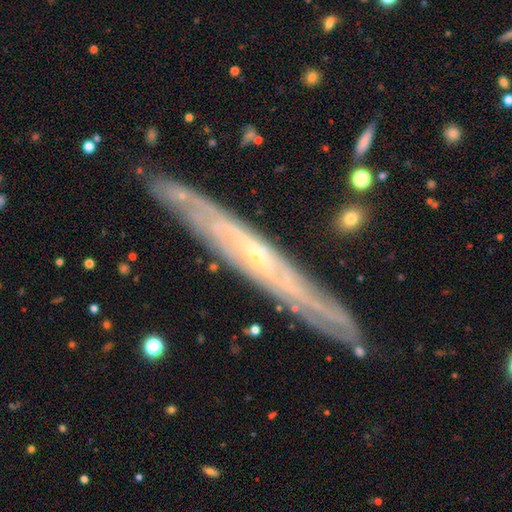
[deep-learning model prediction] A featured or disk galaxy (79%) viewed edge-on (73%) with no central bulge (62%).

Vote fractions:
- Smooth or featured? featured or disk: 79% / smooth: 14% / star or artifact: 7%
- Edge-on disk? yes: 73% / no: 27%
- Edge-on bulge? none: 62% / rounded: 36% / boxy: 3%
- Merging? none: 84% / minor disturbance: 12% / major disturbance: 2% / merger: 2%